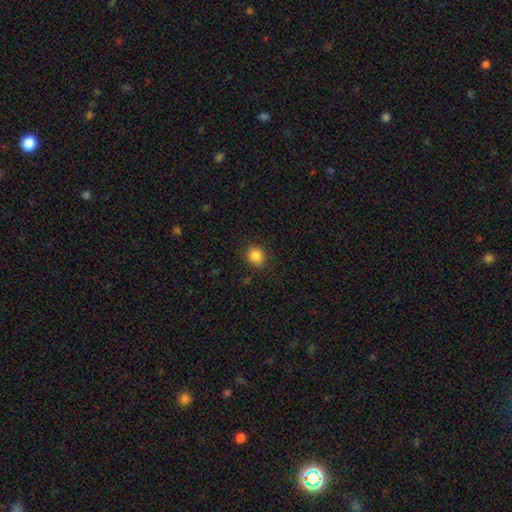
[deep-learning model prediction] Q: Smooth or featured?
A: smooth (85%); runner-up: star or artifact (10%)
Q: How rounded?
A: round (71%); runner-up: in between (28%)
Q: Merging?
A: none (86%); runner-up: minor disturbance (10%)